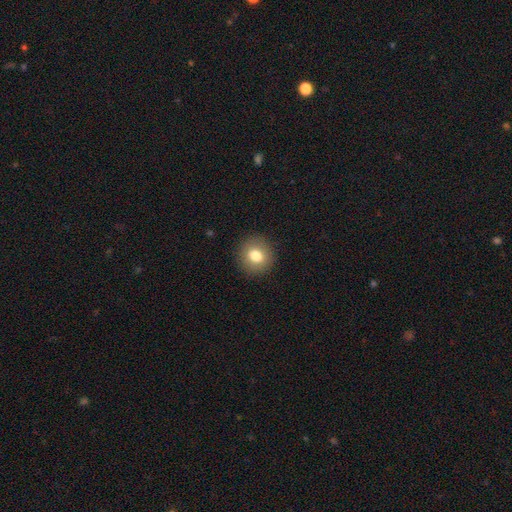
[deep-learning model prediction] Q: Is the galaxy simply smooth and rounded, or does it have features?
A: smooth — 78%.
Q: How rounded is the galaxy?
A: round — 85%.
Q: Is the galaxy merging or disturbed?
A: none — 91%.